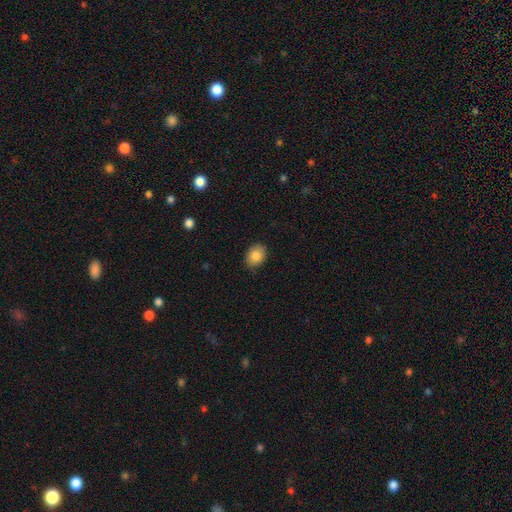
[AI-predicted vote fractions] This appears to be a smooth galaxy with no disk features (84%) that is in between round and cigar-shaped (65%). Merging: none (86%).